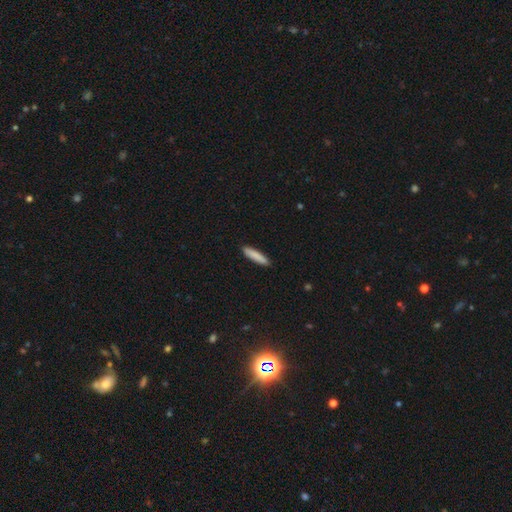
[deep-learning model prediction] Q: Smooth or featured?
A: smooth (87%); runner-up: featured or disk (8%)
Q: How rounded?
A: cigar-shaped (86%); runner-up: in between (13%)
Q: Merging?
A: none (90%); runner-up: minor disturbance (7%)